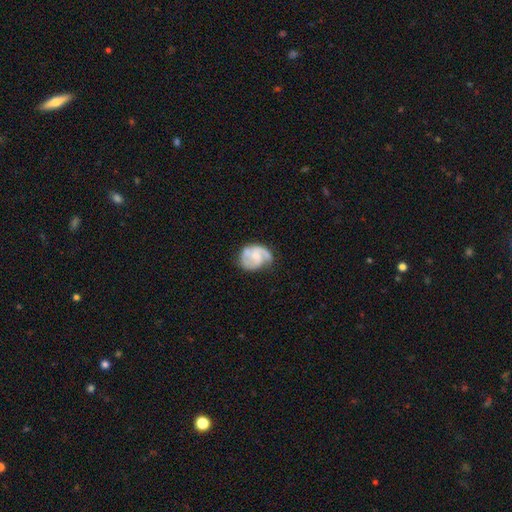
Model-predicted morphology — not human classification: type=featured or disk (80%); edge-on=no (98%); bar=no (57%); spiral arms=yes (94%); winding=medium (49%); arm count=2 (72%); bulge=small (53%); merging=none (55%).